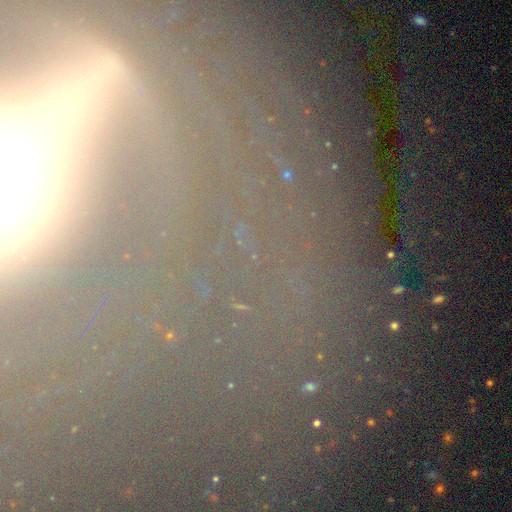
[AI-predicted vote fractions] Smooth or featured: star or artifact — 50% (featured or disk — 34%)